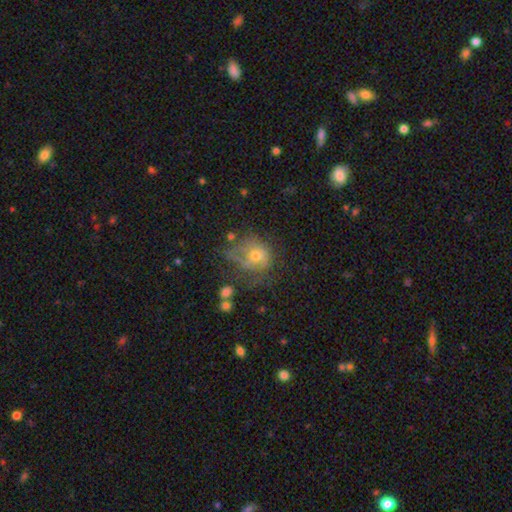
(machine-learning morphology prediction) A smooth galaxy with no disk features (48%).

Vote fractions:
- Smooth or featured? smooth: 48% / featured or disk: 39% / star or artifact: 14%
- Merging? none: 37% / major disturbance: 33% / minor disturbance: 25% / merger: 6%